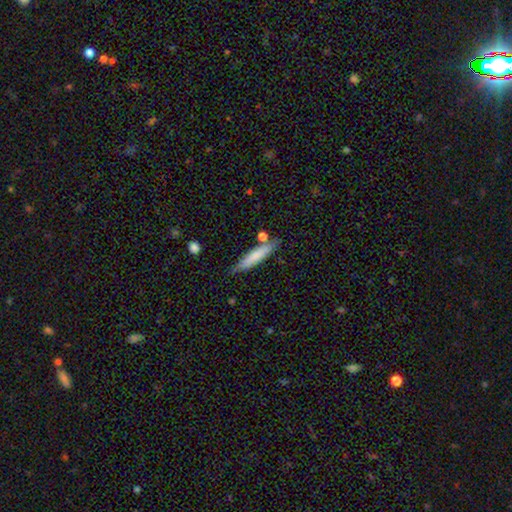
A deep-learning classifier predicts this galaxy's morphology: A smooth galaxy with no disk features (72%) that is cigar-shaped (87%).

Vote fractions:
- Smooth or featured? smooth: 72% / featured or disk: 22% / star or artifact: 6%
- How rounded? cigar-shaped: 87% / in between: 11% / round: 1%
- Merging? none: 75% / minor disturbance: 16% / merger: 6% / major disturbance: 3%